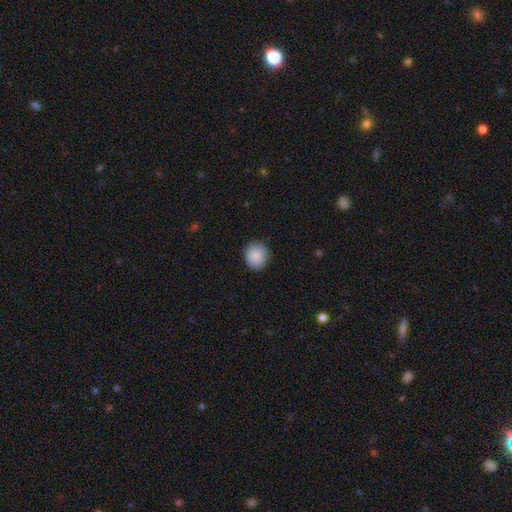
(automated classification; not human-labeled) Smooth or featured?
  - smooth: 89% *
  - star or artifact: 7%
  - featured or disk: 4%
How rounded?
  - round: 85% *
  - in between: 14%
  - cigar-shaped: 1%
Merging?
  - none: 89% *
  - minor disturbance: 8%
  - major disturbance: 2%
  - merger: 1%